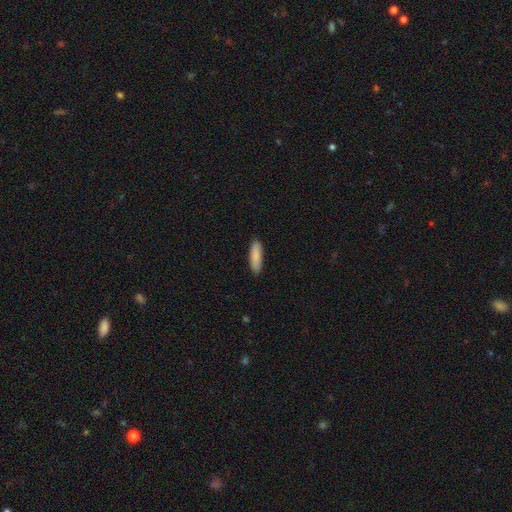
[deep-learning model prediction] Overall: smooth (88%). How rounded: cigar-shaped (61%; in between 38%). Merging: none (89%).